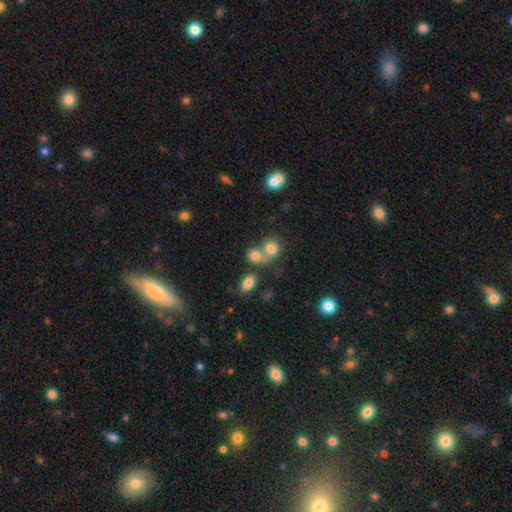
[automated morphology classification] Q: Smooth or featured?
A: smooth (77%); runner-up: star or artifact (13%)
Q: How rounded?
A: round (68%); runner-up: in between (31%)
Q: Merging?
A: merger (49%); runner-up: none (38%)